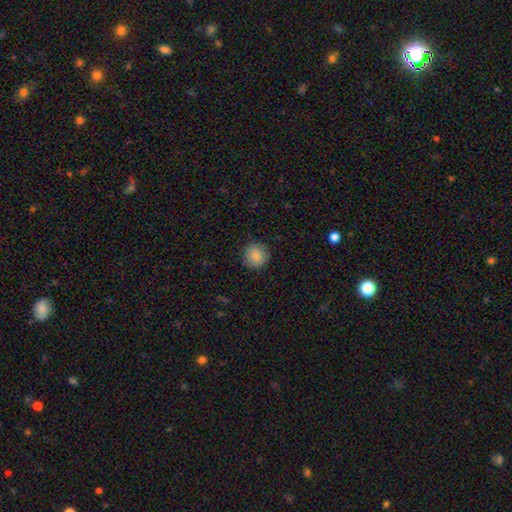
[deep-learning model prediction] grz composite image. It shows a smooth galaxy with no disk features (85%) that is round (92%). Merging: none (87%).